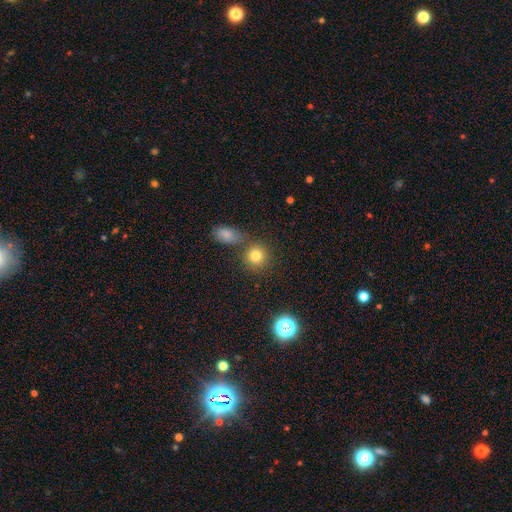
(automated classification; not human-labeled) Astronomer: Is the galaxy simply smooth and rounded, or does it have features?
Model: smooth — 78%.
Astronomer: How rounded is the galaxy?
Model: round — 88%.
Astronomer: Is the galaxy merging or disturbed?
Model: none — 74%.